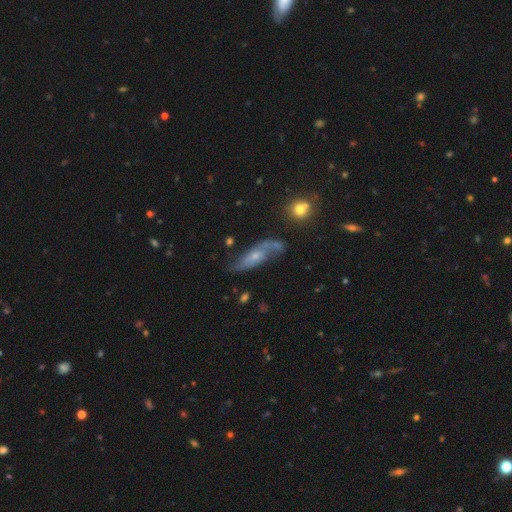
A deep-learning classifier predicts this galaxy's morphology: Smooth or featured? Predicted: featured or disk (p=0.67). Edge-on disk? Predicted: no (p=0.80). Bar? Predicted: no (p=0.69). Spiral arms? Predicted: yes (p=0.84). Bulge size? Predicted: small (p=0.64). Merging? Predicted: none (p=0.53).